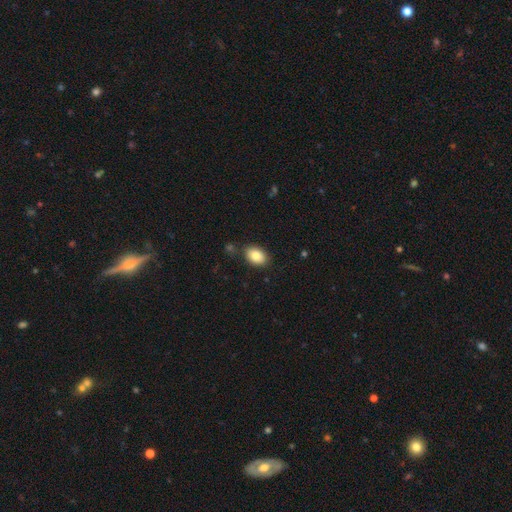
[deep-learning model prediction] A smooth galaxy with no disk features (84%) that is in between round and cigar-shaped (86%). Merging: none (83%).